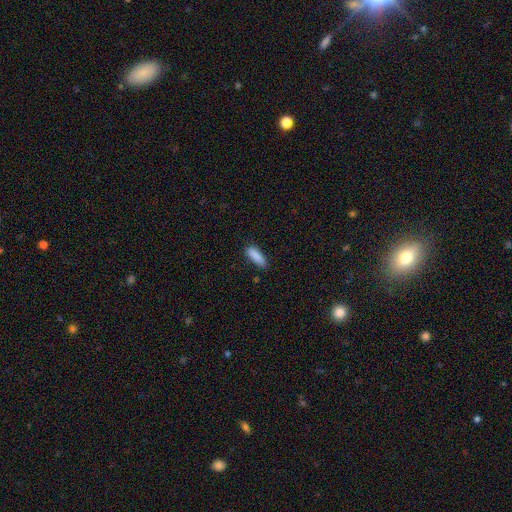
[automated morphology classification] smooth_or_featured: smooth (p=0.88) [alt: star or artifact p=0.07]
how_rounded: cigar-shaped (p=0.51) [alt: in between p=0.48]
merging: none (p=0.77) [alt: minor disturbance p=0.18]